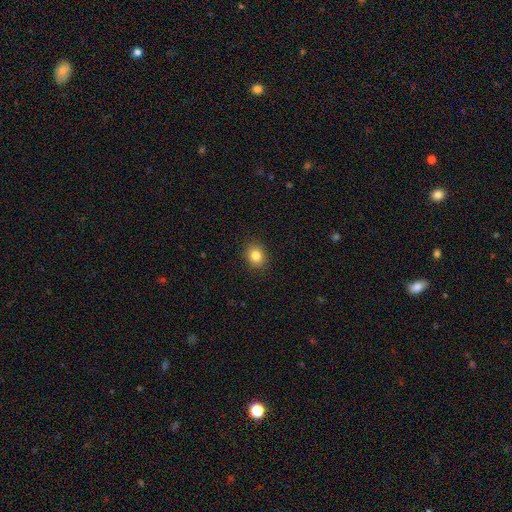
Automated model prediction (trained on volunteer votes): smooth_or_featured: smooth (p=0.85) [alt: star or artifact p=0.10]
how_rounded: round (p=0.55) [alt: in between p=0.44]
merging: none (p=0.90) [alt: minor disturbance p=0.07]